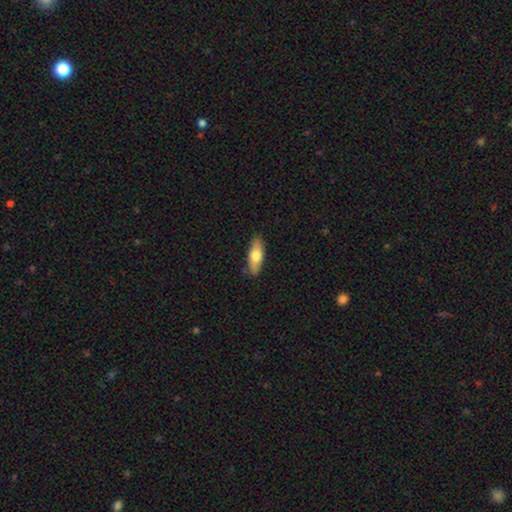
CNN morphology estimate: smooth_or_featured: smooth (p=0.69) [alt: featured or disk p=0.25]
how_rounded: in between (p=0.64) [alt: cigar-shaped p=0.33]
merging: none (p=0.86) [alt: minor disturbance p=0.11]